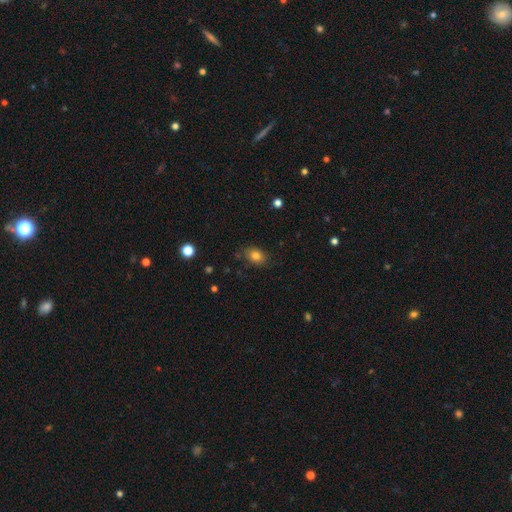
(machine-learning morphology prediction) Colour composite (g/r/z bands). It shows a smooth galaxy with no disk features (81%) that is in between round and cigar-shaped (65%). Merging: none (80%).